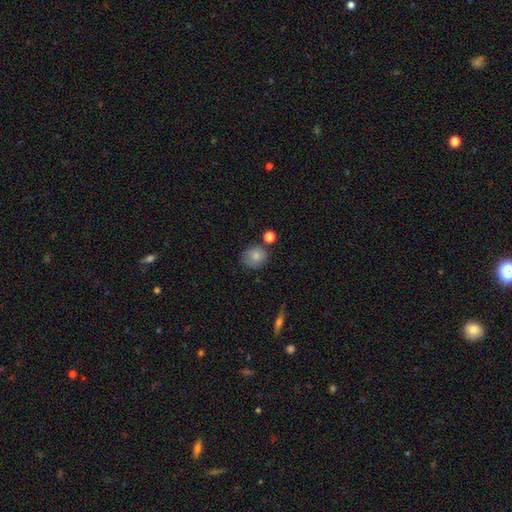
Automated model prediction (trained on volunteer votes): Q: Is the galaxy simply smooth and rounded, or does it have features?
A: smooth — 83%.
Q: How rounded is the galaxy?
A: round — 77%.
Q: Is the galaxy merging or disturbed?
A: none — 73%.